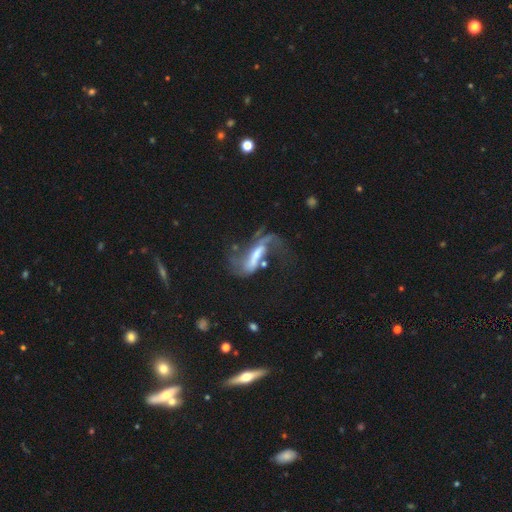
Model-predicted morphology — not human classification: A featured or disk galaxy (70%) with a strong bar (50%), spiral arms (77%) and a moderate central bulge (32%). Merging: major disturbance (46%).